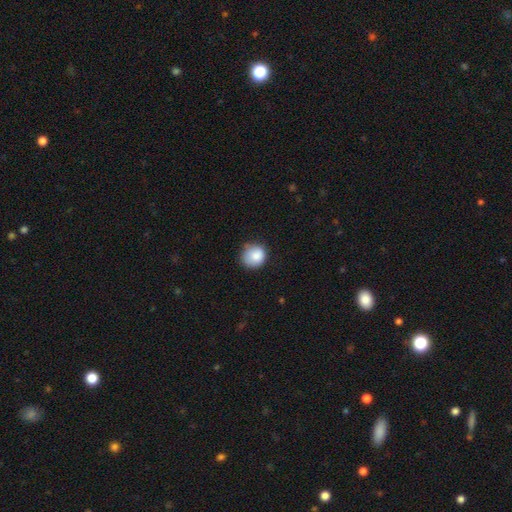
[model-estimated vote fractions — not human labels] Smooth or featured?
  - smooth: 85% *
  - star or artifact: 8%
  - featured or disk: 7%
How rounded?
  - round: 85% *
  - in between: 14%
  - cigar-shaped: 1%
Merging?
  - none: 65% *
  - minor disturbance: 27%
  - major disturbance: 5%
  - merger: 2%